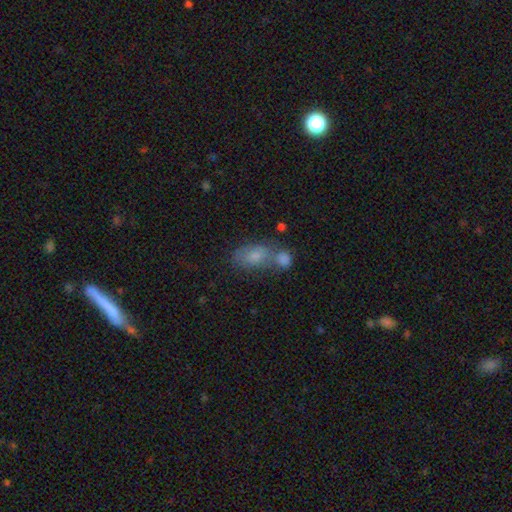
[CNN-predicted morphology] smooth-or-featured: smooth: 68% | featured or disk: 17% | star or artifact: 15%
  how-rounded: in between: 83% | round: 13% | cigar-shaped: 4%
  merging: none: 42% | merger: 40% | minor disturbance: 13% | major disturbance: 6%